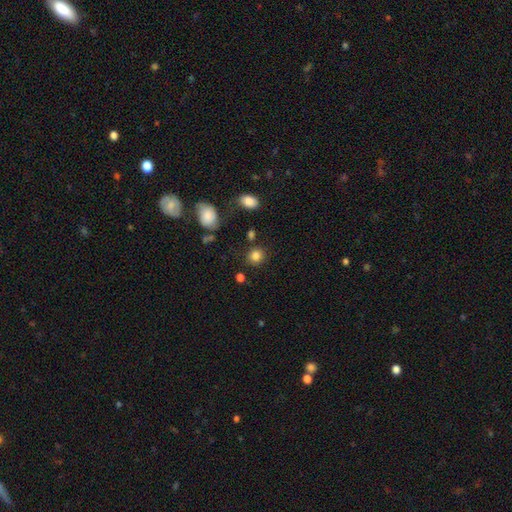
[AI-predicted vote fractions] A smooth galaxy with no disk features (84%) that is round (82%). Merging: none (83%).